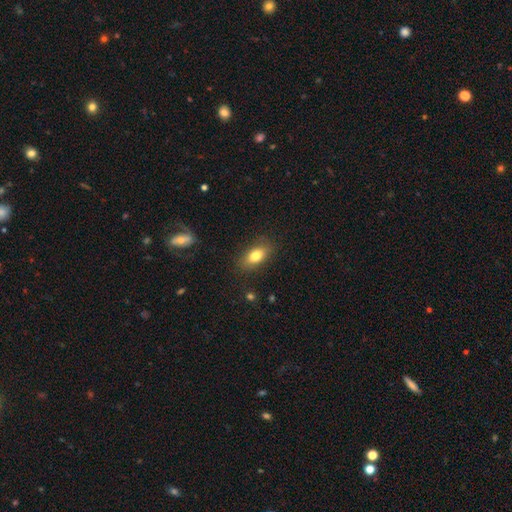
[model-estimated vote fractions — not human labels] This is likely a smooth galaxy (79%). How rounded: clearly in between (84%). Merging: clearly none (84%).